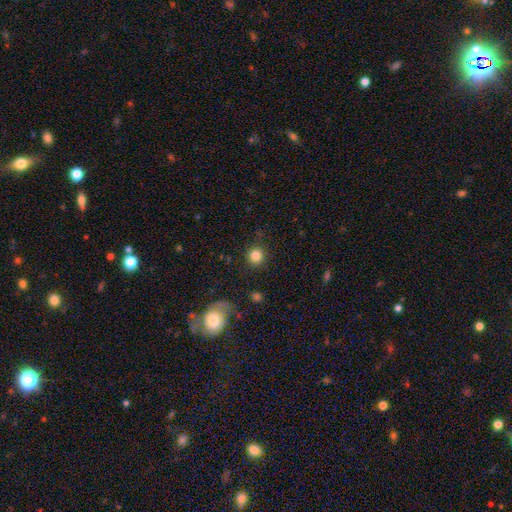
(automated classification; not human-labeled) smooth 84%, star or artifact 11%, featured or disk 5%. Down the decision tree: how rounded — round (93%); merging — none (88%).